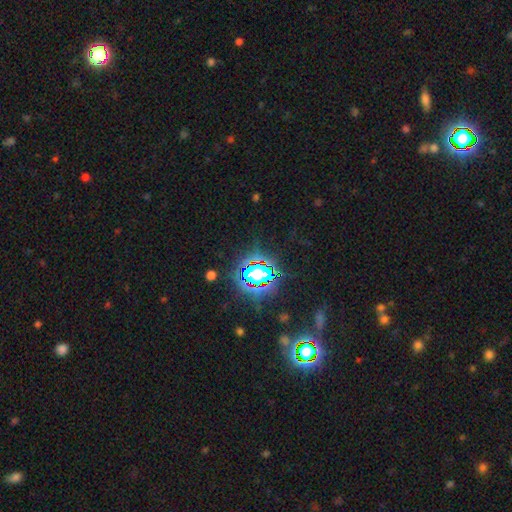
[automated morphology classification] Smooth or featured: star or artifact — 81% (smooth — 11%)